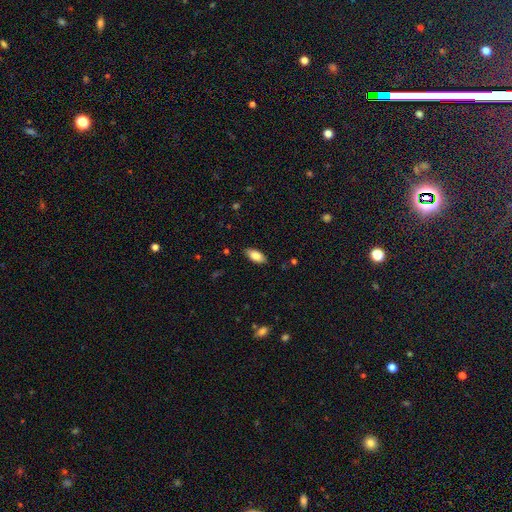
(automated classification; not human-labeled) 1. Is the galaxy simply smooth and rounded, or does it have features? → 86% smooth, 7% featured or disk, 7% star or artifact.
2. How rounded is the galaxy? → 90% in between, 8% cigar-shaped, 2% round.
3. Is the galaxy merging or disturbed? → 85% none, 12% minor disturbance, 2% major disturbance, 1% merger.